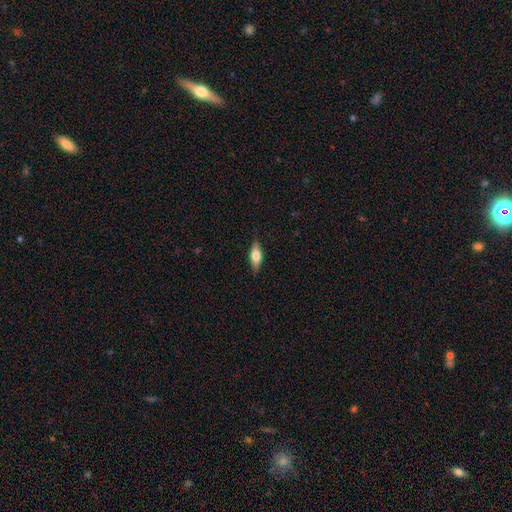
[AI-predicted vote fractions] smooth-or-featured: smooth: 61% | featured or disk: 33% | star or artifact: 6%
  how-rounded: in between: 67% | cigar-shaped: 30% | round: 3%
  merging: none: 86% | minor disturbance: 11% | major disturbance: 2% | merger: 1%